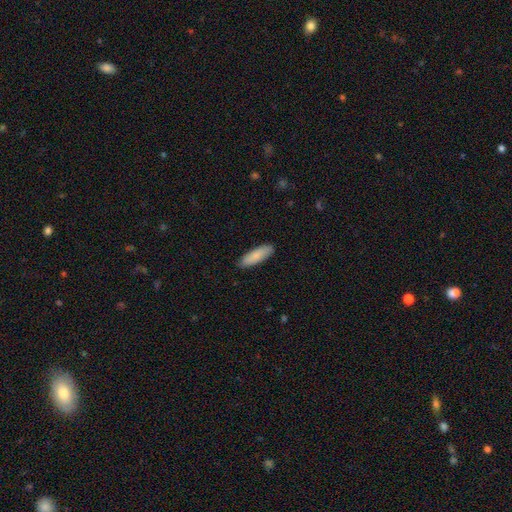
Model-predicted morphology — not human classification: smooth-or-featured: smooth: 86% | featured or disk: 8% | star or artifact: 6%
  how-rounded: cigar-shaped: 52% | in between: 46% | round: 1%
  merging: none: 88% | minor disturbance: 9% | major disturbance: 2% | merger: 1%